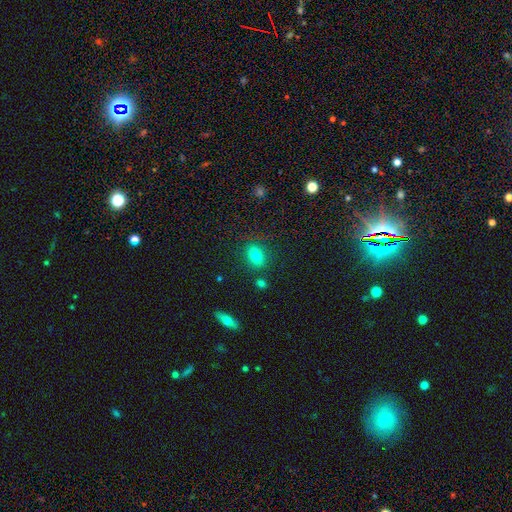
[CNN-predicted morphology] Smooth or featured?
  - smooth: 81% *
  - star or artifact: 10%
  - featured or disk: 9%
How rounded?
  - in between: 79% *
  - round: 17%
  - cigar-shaped: 4%
Merging?
  - none: 81% *
  - minor disturbance: 11%
  - merger: 5%
  - major disturbance: 3%